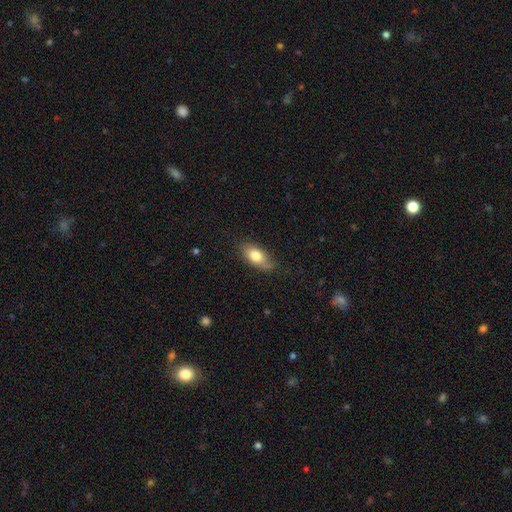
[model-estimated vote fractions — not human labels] Q: Smooth or featured?
A: smooth (77%); runner-up: featured or disk (16%)
Q: How rounded?
A: in between (87%); runner-up: cigar-shaped (8%)
Q: Merging?
A: none (70%); runner-up: minor disturbance (23%)